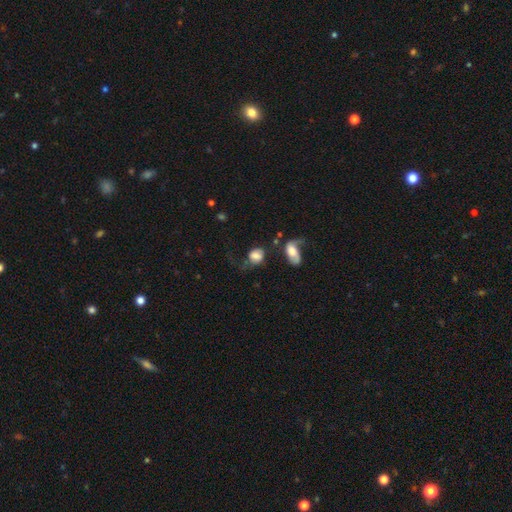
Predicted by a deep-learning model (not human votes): Morphology: type=smooth (68%); roundness=in between (49%, tied with round); merging=none (32%).